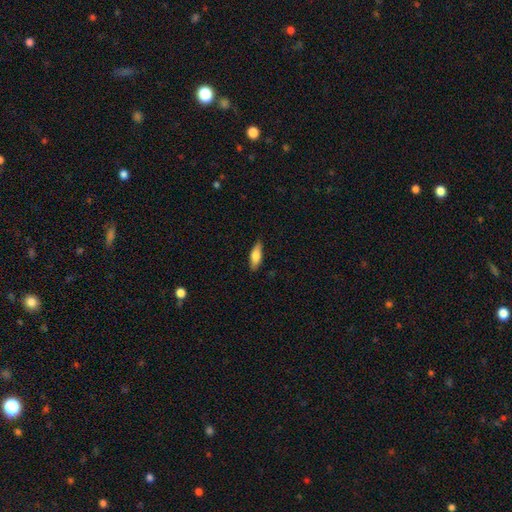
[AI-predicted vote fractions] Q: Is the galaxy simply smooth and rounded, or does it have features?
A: smooth — 76%.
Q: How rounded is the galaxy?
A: in between — 64%.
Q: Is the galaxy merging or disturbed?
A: none — 86%.